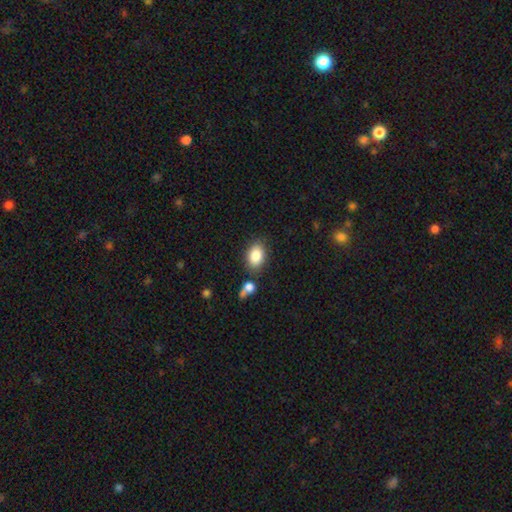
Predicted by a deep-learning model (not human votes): Smooth or featured: smooth — 85% (star or artifact — 8%)
How rounded: in between — 83% (round — 16%)
Merging: none — 76% (minor disturbance — 13%)